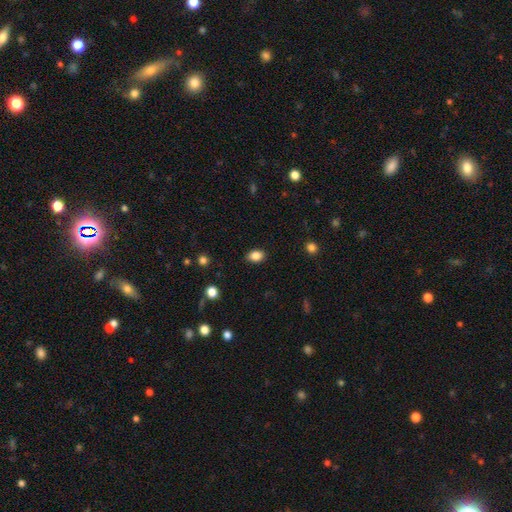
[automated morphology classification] smooth_or_featured: smooth (p=0.85) [alt: star or artifact p=0.10]
how_rounded: in between (p=0.75) [alt: round p=0.24]
merging: none (p=0.87) [alt: minor disturbance p=0.09]